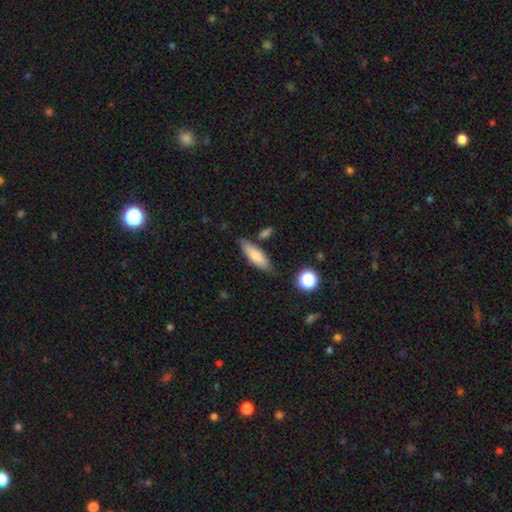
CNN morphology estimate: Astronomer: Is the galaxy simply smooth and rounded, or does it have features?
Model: smooth — 78%.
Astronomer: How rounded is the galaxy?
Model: in between — 54% (runner-up: cigar-shaped, 44%).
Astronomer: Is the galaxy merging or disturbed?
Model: none — 76%.